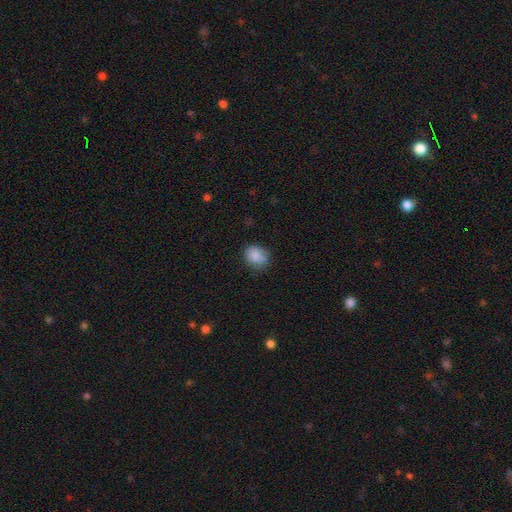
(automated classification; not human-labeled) The model was most divided on "how rounded": round: 52%, in between: 47%, cigar-shaped: 1%. More confident: smooth or featured — smooth (87%); merging — none (74%).